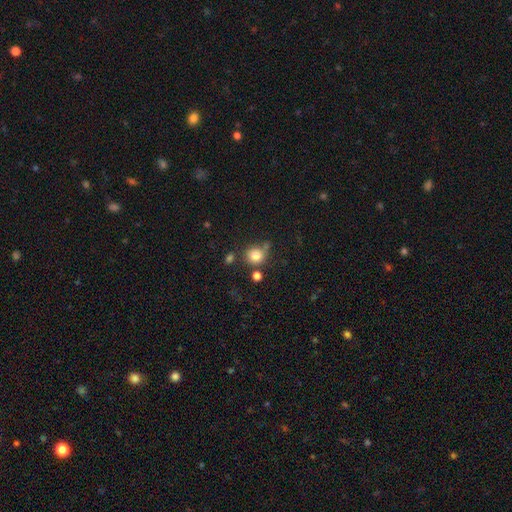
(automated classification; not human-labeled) smooth-or-featured: smooth: 81% | star or artifact: 12% | featured or disk: 8%
  how-rounded: round: 86% | in between: 13% | cigar-shaped: 1%
  merging: none: 68% | minor disturbance: 15% | merger: 13% | major disturbance: 5%